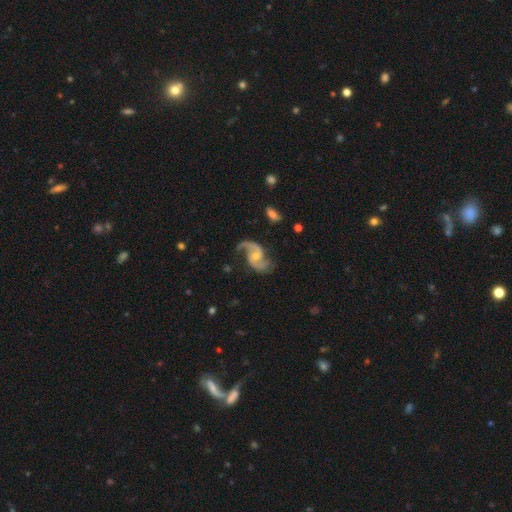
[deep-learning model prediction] The model was most divided on "bulge size": small: 48%, moderate: 44%, none: 4%, large: 2%, dominant: 1%. More confident: edge-on disk — no (98%); spiral arms — yes (97%); spiral arm count — 2 (92%); smooth or featured — featured or disk (91%); merging — none (67%); spiral winding — loose (53%); bar — no (50%).